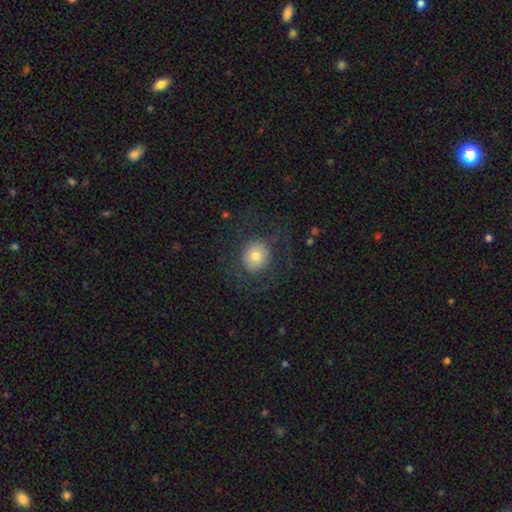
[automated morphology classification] This is likely a smooth galaxy (70%). How rounded: likely round (76%). Merging: likely none (74%).